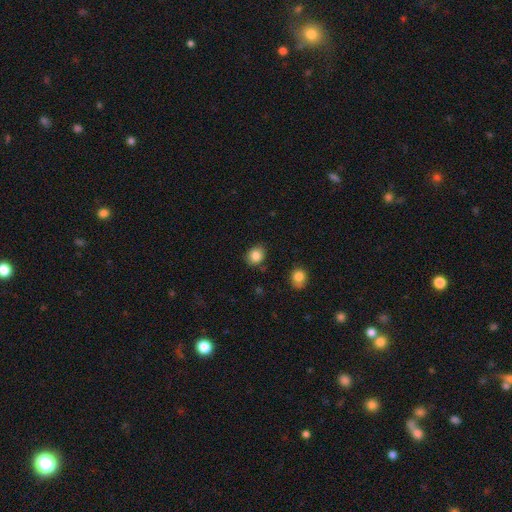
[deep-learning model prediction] Smooth or featured? smooth (85%)
How rounded? round (65%)
Merging? none (82%)